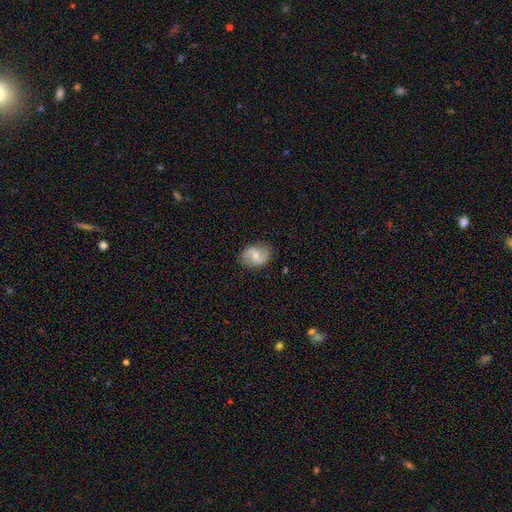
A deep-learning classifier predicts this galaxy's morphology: A featured or disk galaxy (61%) with a weak bar (52%), 2 (89%) loose (48%) spiral arms (88%) and a moderate central bulge (48%).

Vote fractions:
- Smooth or featured? featured or disk: 61% / smooth: 32% / star or artifact: 7%
- Edge-on disk? no: 97% / yes: 3%
- Bar? weak: 52% / no: 29% / strong: 19%
- Spiral arms? yes: 88% / no: 12%
- Spiral winding? loose: 48% / medium: 38% / tight: 14%
- Spiral arm count? 2: 89% / can't tell: 5% / 1: 3% / 3: 1% / 4: 1% / more than 4: 1%
- Bulge size? moderate: 48% / small: 44% / none: 4% / large: 3% / dominant: 1%
- Merging? none: 81% / minor disturbance: 14% / major disturbance: 4% / merger: 1%